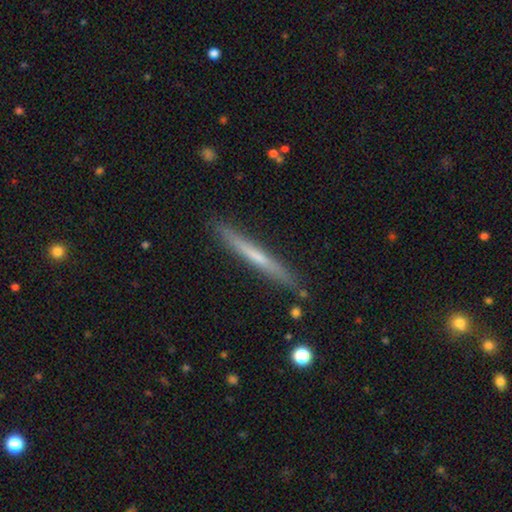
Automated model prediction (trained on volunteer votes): A smooth galaxy with no disk features (47%, tied with featured or disk).

Vote fractions:
- Smooth or featured? smooth: 47% (tied) / featured or disk: 47% (tied) / star or artifact: 6%
- Merging? none: 87% / minor disturbance: 9% / merger: 2% / major disturbance: 2%